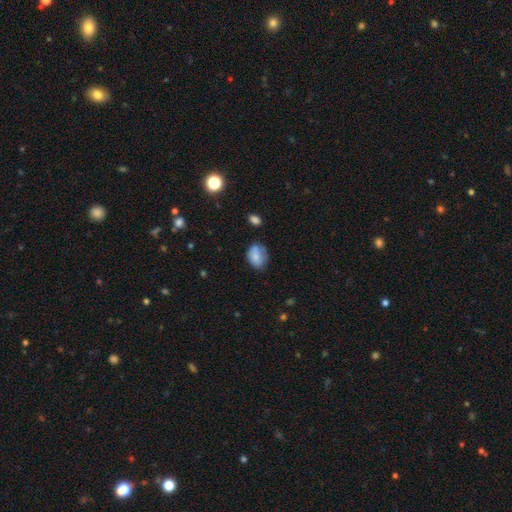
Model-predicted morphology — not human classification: This is likely a smooth galaxy (79%). How rounded: likely in between (70%). Merging: possibly none (56%).